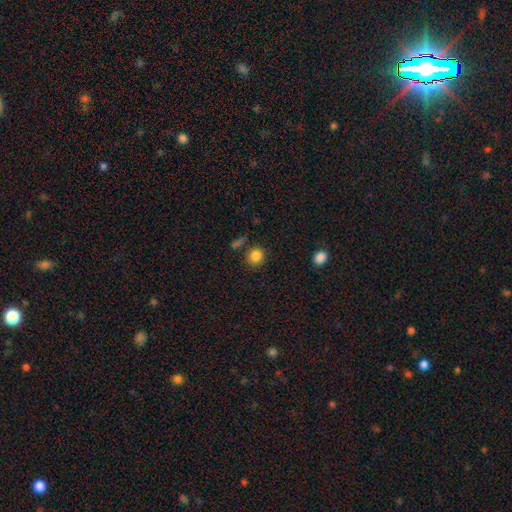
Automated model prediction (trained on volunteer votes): Q: Smooth or featured?
A: smooth (85%); runner-up: star or artifact (11%)
Q: How rounded?
A: round (82%); runner-up: in between (17%)
Q: Merging?
A: none (79%); runner-up: minor disturbance (11%)